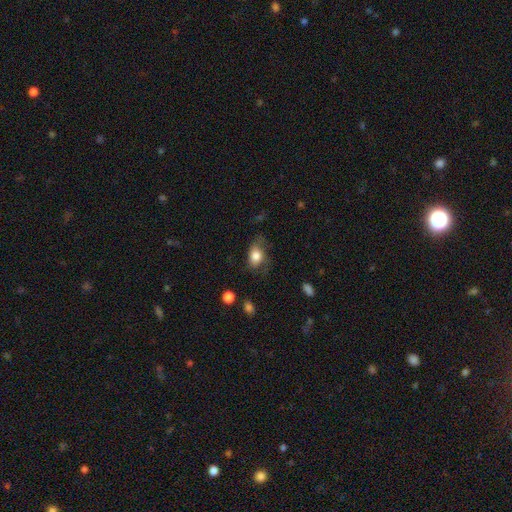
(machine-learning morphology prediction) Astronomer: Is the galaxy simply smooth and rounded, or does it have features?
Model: smooth — 73%.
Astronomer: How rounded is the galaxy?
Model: in between — 75%.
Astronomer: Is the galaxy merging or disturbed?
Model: none — 50% (runner-up: minor disturbance, 28%).